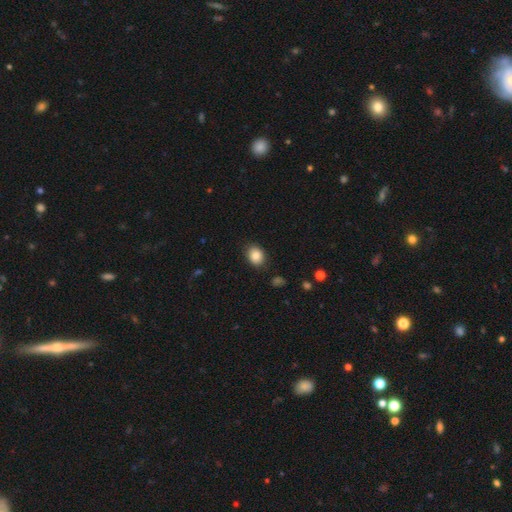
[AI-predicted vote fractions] Morphology: type=smooth (85%); roundness=round (51%); merging=none (85%).